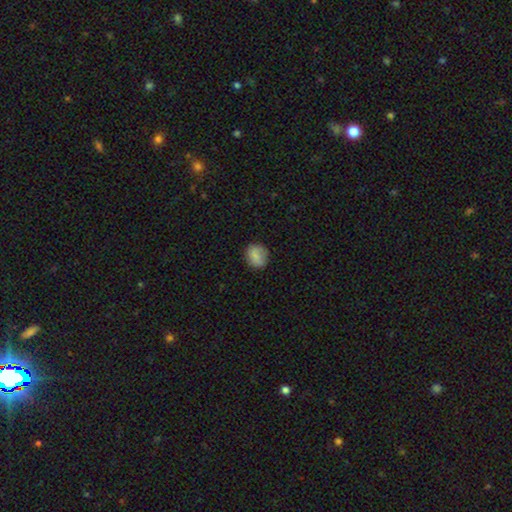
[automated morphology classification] A smooth galaxy with no disk features (79%) that is round (73%). Merging: none (80%).